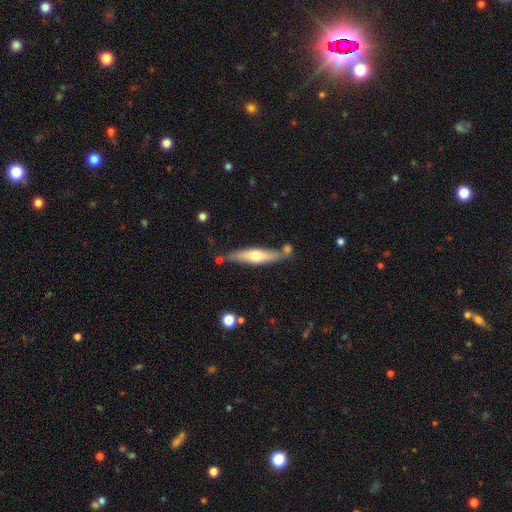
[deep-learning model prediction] Morphology: type=smooth (48%); merging=none (70%).